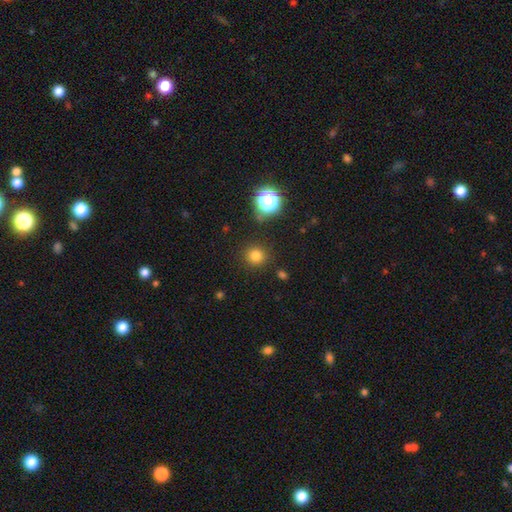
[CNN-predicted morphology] smooth 78%, star or artifact 17%, featured or disk 5%. Down the decision tree: how rounded — round (93%); merging — none (89%).